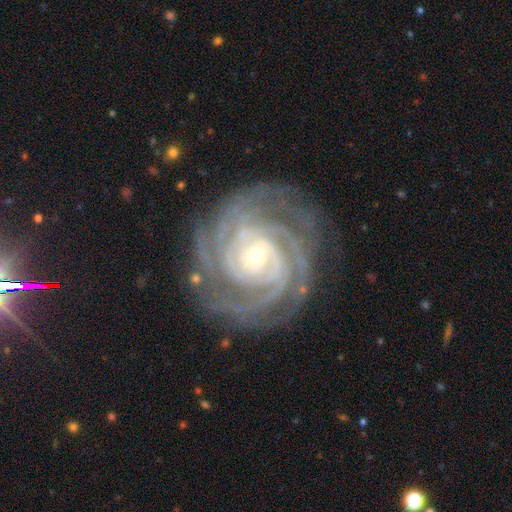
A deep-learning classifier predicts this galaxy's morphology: Q: Smooth or featured?
A: featured or disk (92%); runner-up: star or artifact (5%)
Q: Edge-on disk?
A: no (98%); runner-up: yes (2%)
Q: Bar?
A: no (60%); runner-up: weak (26%)
Q: Spiral arms?
A: yes (99%); runner-up: no (1%)
Q: Spiral winding?
A: tight (83%); runner-up: medium (15%)
Q: Spiral arm count?
A: 4 (28%); runner-up: 3 (23%)
Q: Bulge size?
A: small (63%); runner-up: moderate (33%)
Q: Merging?
A: none (82%); runner-up: minor disturbance (13%)